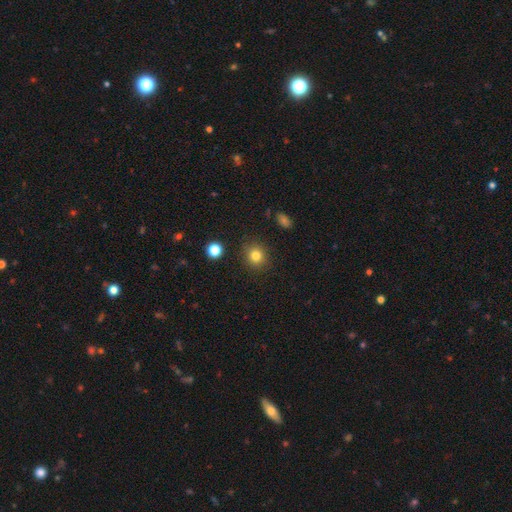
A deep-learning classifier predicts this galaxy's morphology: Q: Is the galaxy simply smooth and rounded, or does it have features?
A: smooth — 81%.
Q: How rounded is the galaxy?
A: round — 84%.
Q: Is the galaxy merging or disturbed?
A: none — 89%.